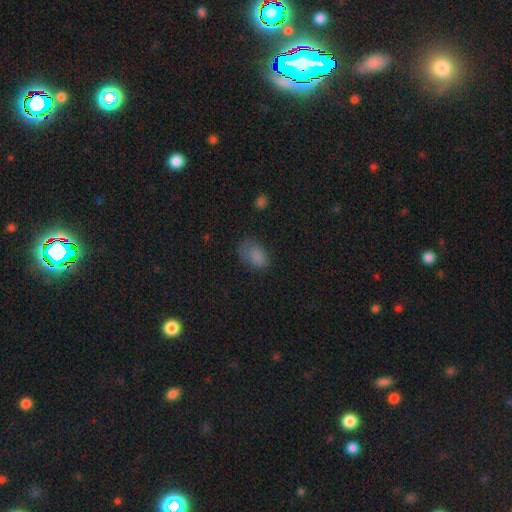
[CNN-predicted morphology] type=smooth (81%); roundness=in between (88%); merging=none (56%).